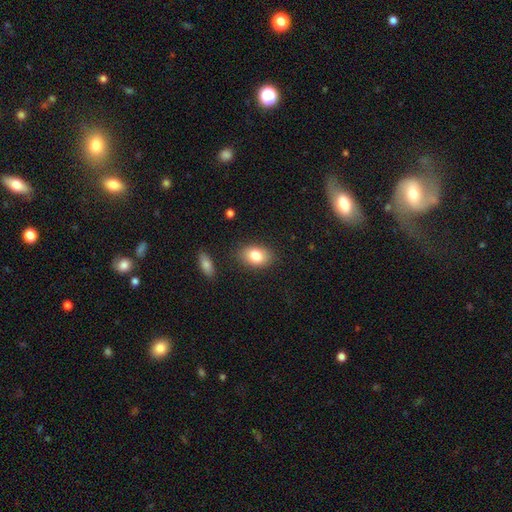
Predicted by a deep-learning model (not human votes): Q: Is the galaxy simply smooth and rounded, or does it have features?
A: smooth — 81%.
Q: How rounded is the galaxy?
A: in between — 83%.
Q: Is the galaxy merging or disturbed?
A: none — 84%.